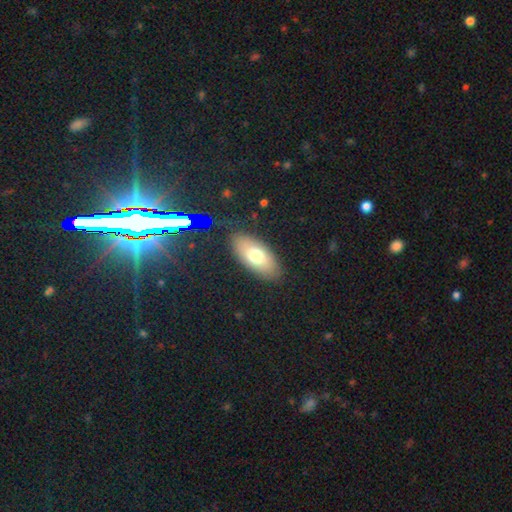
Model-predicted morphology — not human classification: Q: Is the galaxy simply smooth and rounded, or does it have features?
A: smooth — 70%.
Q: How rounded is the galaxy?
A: in between — 89%.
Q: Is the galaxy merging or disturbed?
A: none — 84%.